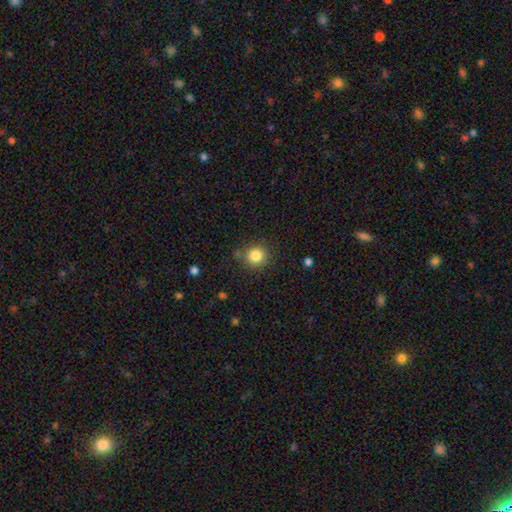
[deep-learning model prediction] This appears to be a smooth galaxy with no disk features (84%) that is round (92%). Merging: none (85%).